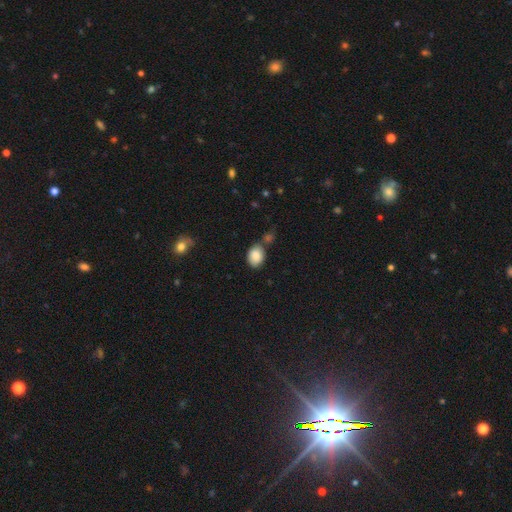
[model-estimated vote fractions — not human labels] A smooth galaxy with no disk features (86%) that is in between round and cigar-shaped (74%). Merging: none (58%).